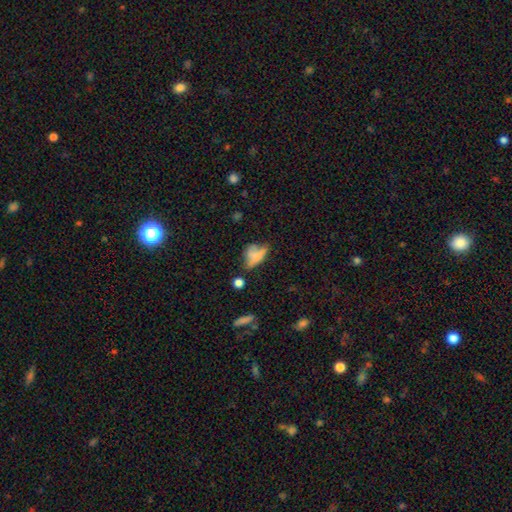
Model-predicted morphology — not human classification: Smooth or featured: smooth — 58% (featured or disk — 29%)
How rounded: in between — 73% (round — 14%)
Merging: none — 36% (minor disturbance — 26%)